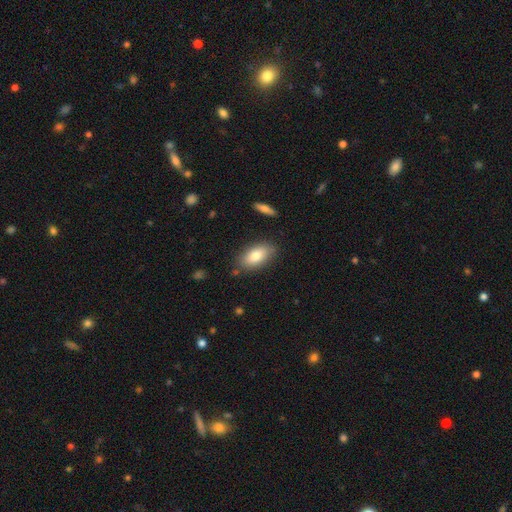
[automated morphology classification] Smooth or featured? smooth (80%)
How rounded? in between (91%)
Merging? none (81%)